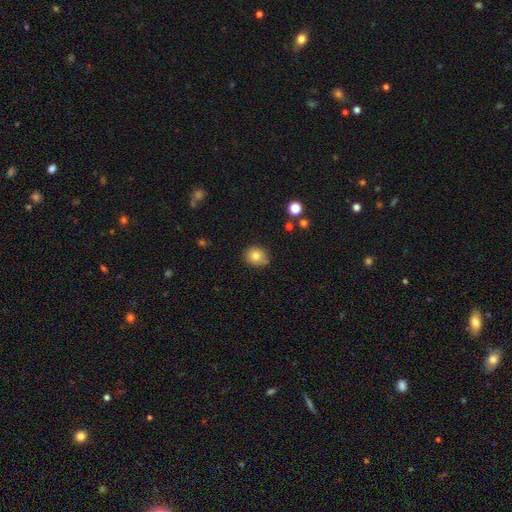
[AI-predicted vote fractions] This appears to be a smooth galaxy with no disk features (79%) that is round (79%). Merging: none (75%).